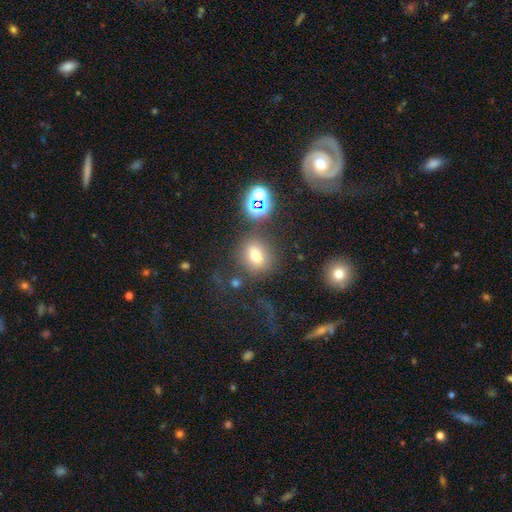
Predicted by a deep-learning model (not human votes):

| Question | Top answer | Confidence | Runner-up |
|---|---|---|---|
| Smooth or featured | smooth | 67% | star or artifact (19%) |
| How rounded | round | 67% | in between (31%) |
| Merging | none | 68% | minor disturbance (13%) |